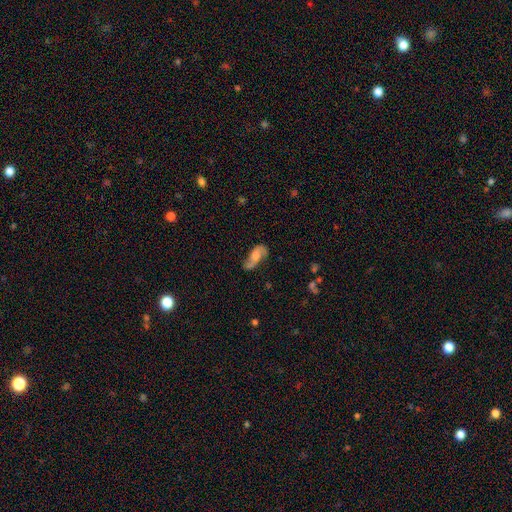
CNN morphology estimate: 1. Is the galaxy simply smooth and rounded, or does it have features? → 63% featured or disk, 29% smooth, 8% star or artifact.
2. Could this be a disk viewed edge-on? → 92% no, 8% yes.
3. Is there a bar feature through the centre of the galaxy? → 58% no, 33% weak, 9% strong.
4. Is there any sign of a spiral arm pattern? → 90% yes, 10% no.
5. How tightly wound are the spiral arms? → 62% loose, 29% medium, 9% tight.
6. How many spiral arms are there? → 86% 2, 6% 1, 5% can't tell, 1% 3, 1% 4, 1% more than 4.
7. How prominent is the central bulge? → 33% moderate, 22% small, 21% none, 21% large, 3% dominant.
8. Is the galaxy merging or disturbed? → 58% none, 23% minor disturbance, 14% major disturbance, 5% merger.